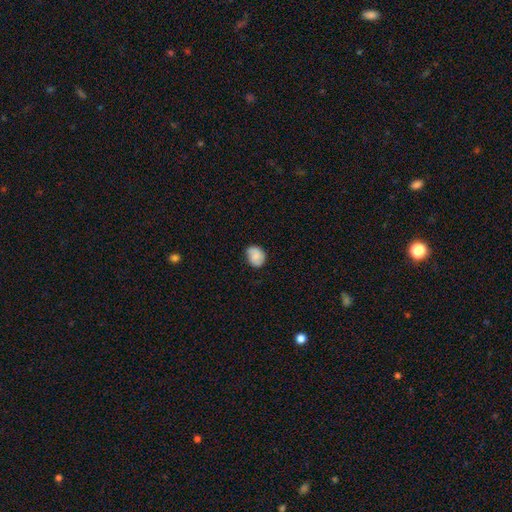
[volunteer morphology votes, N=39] smooth_or_featured: smooth (p=0.74) [alt: featured or disk p=0.18]
how_rounded: round (p=0.66) [alt: in between p=0.34]
merging: none (p=0.56) [alt: minor disturbance p=0.36]